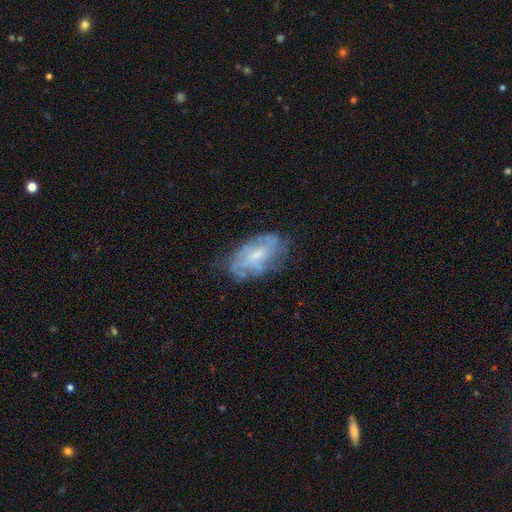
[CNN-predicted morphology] Smooth or featured? featured or disk (65%)
Edge-on disk? no (94%)
Bar? no (53%)
Spiral arms? yes (62%)
Bulge size? small (49%)
Merging? none (59%)